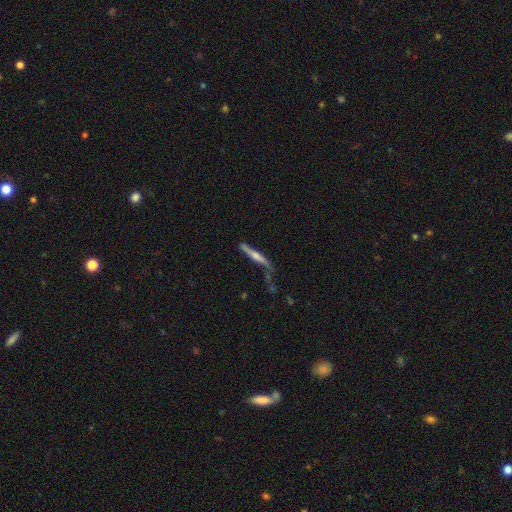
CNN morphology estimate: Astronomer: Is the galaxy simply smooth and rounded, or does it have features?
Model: featured or disk — 60%.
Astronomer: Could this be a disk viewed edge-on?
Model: yes — 92%.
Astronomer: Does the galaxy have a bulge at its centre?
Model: rounded — 75%.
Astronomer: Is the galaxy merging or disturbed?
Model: none — 55%.